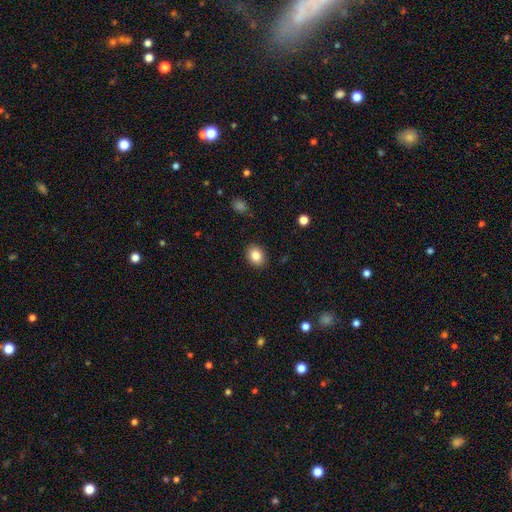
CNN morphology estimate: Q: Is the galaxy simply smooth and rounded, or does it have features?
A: smooth — 85%.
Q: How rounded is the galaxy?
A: in between — 50%.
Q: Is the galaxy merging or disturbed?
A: none — 88%.